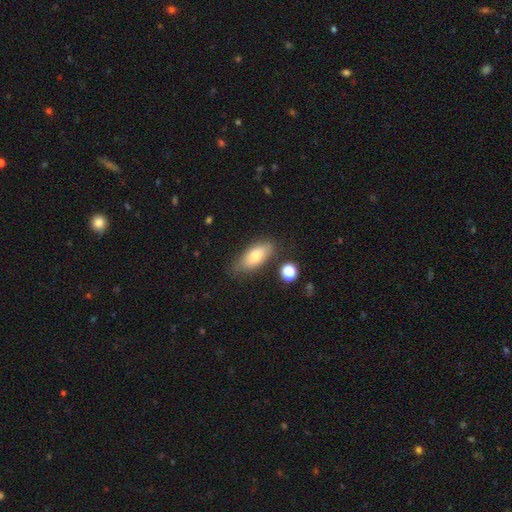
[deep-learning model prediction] A smooth galaxy with no disk features (75%) that is in between round and cigar-shaped (81%). Merging: none (74%).